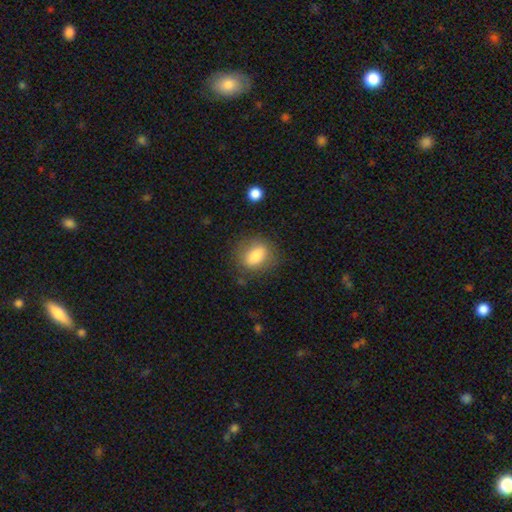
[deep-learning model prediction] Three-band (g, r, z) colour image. It shows a smooth galaxy with no disk features (80%) that is in between round and cigar-shaped (59%). Merging: none (77%).